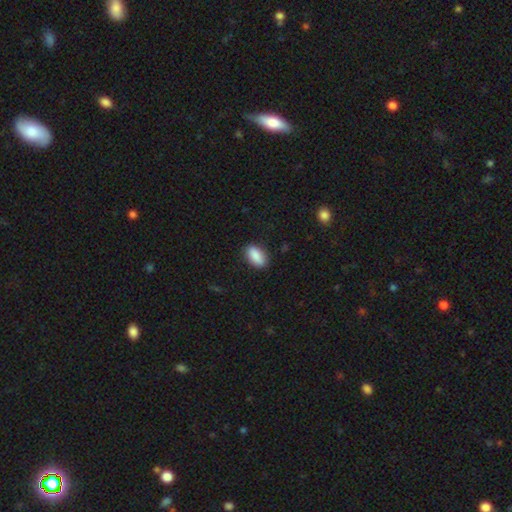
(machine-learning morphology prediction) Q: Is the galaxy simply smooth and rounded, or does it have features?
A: smooth — 89%.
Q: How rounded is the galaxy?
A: in between — 91%.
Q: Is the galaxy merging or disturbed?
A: none — 87%.